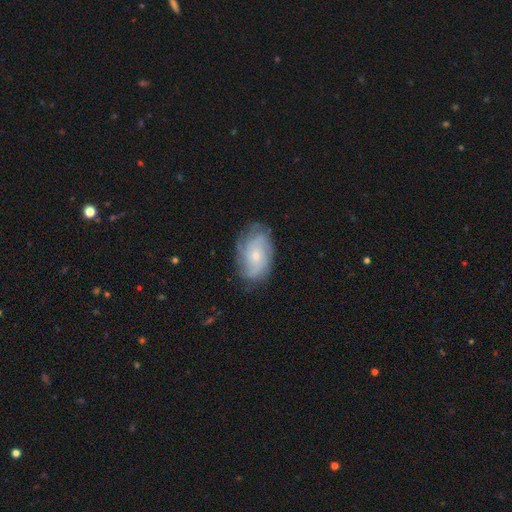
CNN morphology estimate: Overall: featured or disk (68%). Edge-on disk: no (96%). Bar: no (78%). Spiral arms: yes (90%). Spiral arm count: can't tell (45%; 4 17%). Spiral winding: tight (54%; medium 33%). Bulge size: small (66%; moderate 30%). Merging: none (72%).